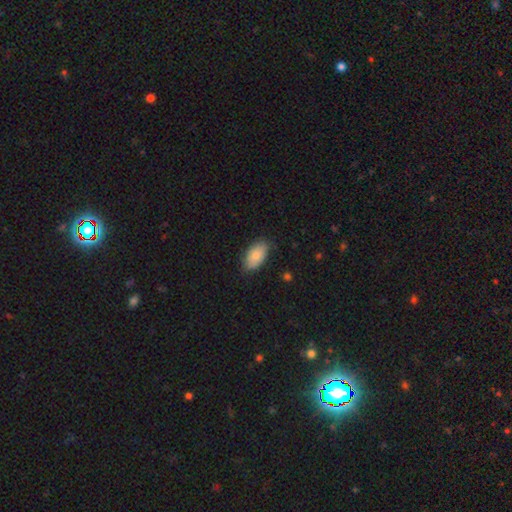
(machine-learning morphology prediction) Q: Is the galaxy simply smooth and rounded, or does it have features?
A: smooth — 81%.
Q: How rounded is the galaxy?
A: in between — 94%.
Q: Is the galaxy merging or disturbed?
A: none — 79%.